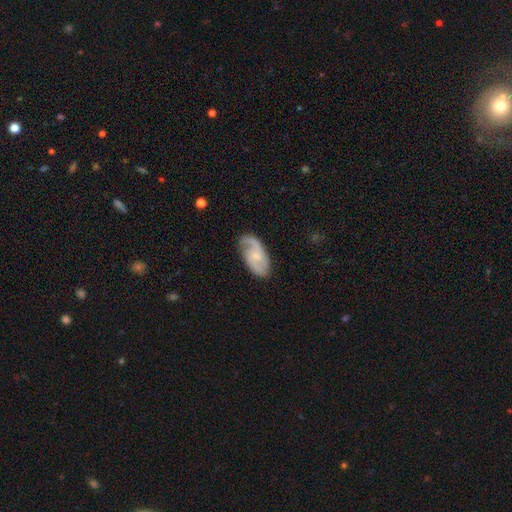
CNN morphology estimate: Smooth or featured? featured or disk (76%)
Edge-on disk? no (96%)
Bar? no (52%)
Spiral arms? yes (95%)
Spiral winding? medium (49%)
Spiral arm count? 2 (82%)
Bulge size? small (48%)
Merging? none (75%)